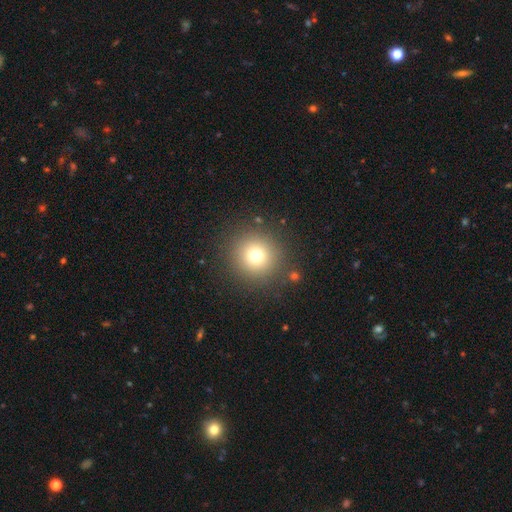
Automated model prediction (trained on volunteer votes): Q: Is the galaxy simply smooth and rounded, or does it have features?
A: smooth — 73%.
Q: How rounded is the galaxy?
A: round — 95%.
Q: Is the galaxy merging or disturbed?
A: none — 88%.